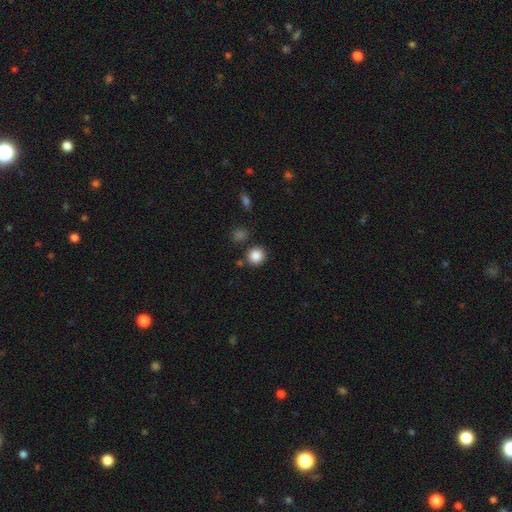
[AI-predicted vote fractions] Overall: smooth (87%). How rounded: round (89%). Merging: none (84%).